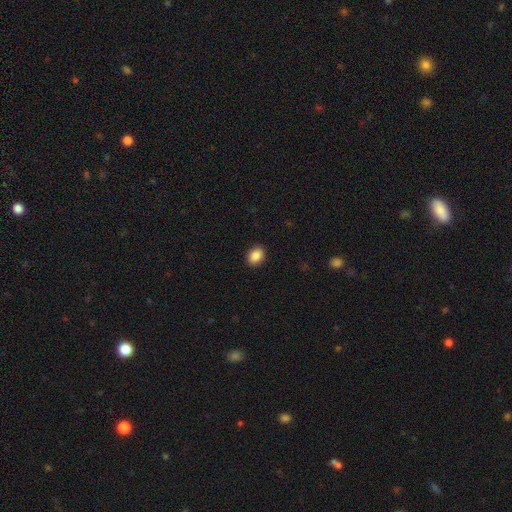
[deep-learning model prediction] A smooth galaxy with no disk features (88%) that is in between round and cigar-shaped (66%).

Vote fractions:
- Smooth or featured? smooth: 88% / star or artifact: 8% / featured or disk: 3%
- How rounded? in between: 66% / round: 33% / cigar-shaped: 1%
- Merging? none: 91% / minor disturbance: 6% / major disturbance: 2% / merger: 1%